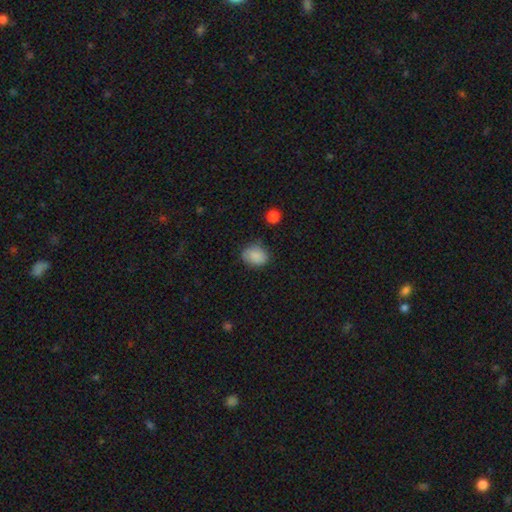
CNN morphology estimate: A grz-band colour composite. It shows a smooth galaxy with no disk features (86%) that is in between round and cigar-shaped (55%). Merging: none (76%).